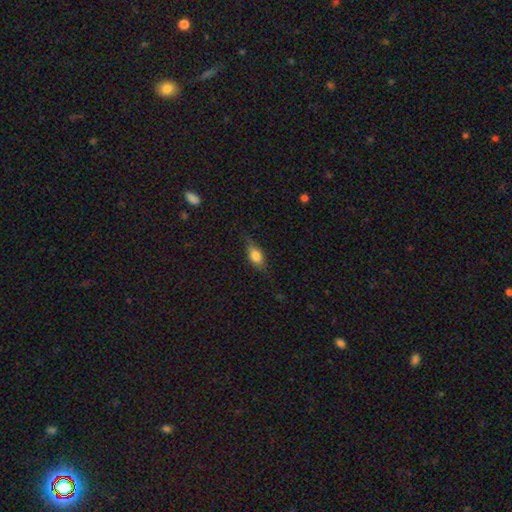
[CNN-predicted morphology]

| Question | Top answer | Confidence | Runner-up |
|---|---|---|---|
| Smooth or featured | smooth | 71% | featured or disk (21%) |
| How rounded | in between | 78% | cigar-shaped (14%) |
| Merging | none | 71% | minor disturbance (22%) |